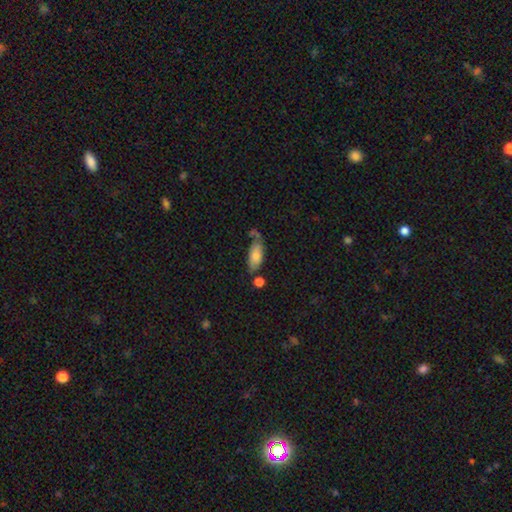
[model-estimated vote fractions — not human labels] Morphology: type=smooth (77%); roundness=in between (83%); merging=none (52%).